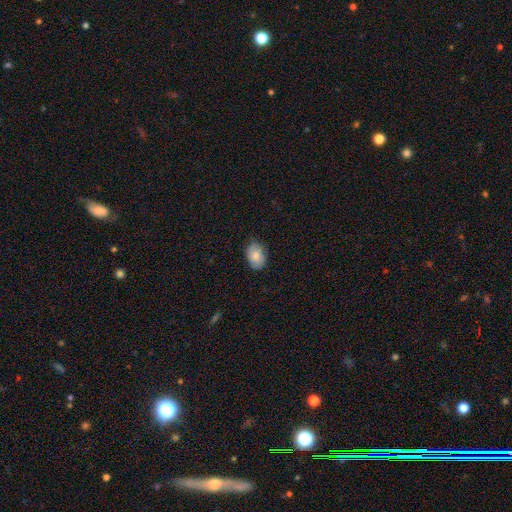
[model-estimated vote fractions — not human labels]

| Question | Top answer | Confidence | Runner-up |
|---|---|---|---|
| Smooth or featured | smooth | 83% | featured or disk (10%) |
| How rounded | in between | 79% | round (20%) |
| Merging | none | 79% | minor disturbance (17%) |